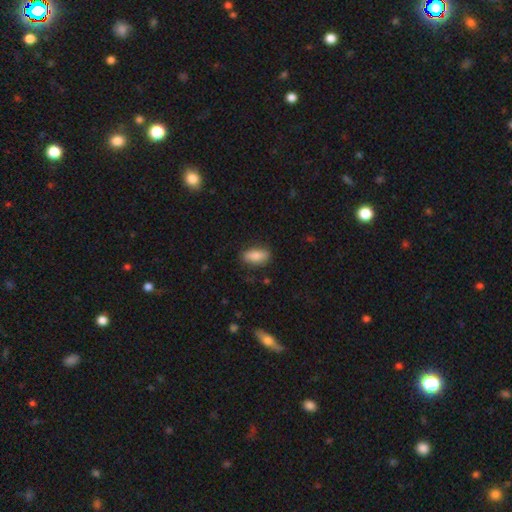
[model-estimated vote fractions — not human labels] This is clearly a smooth galaxy (84%). How rounded: clearly in between (85%). Merging: clearly none (82%).